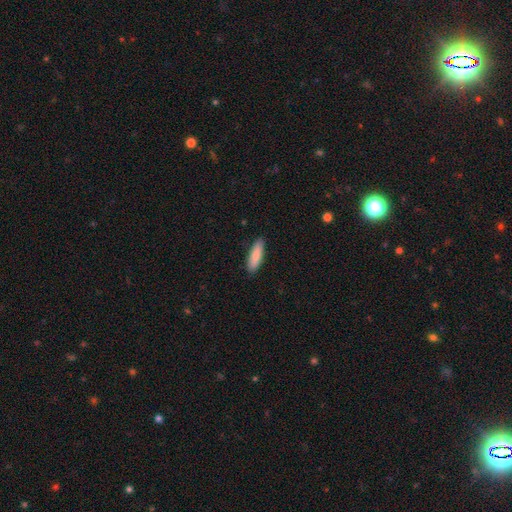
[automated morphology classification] smooth_or_featured: smooth (p=0.85) [alt: featured or disk p=0.10]
how_rounded: cigar-shaped (p=0.61) [alt: in between p=0.38]
merging: none (p=0.89) [alt: minor disturbance p=0.08]